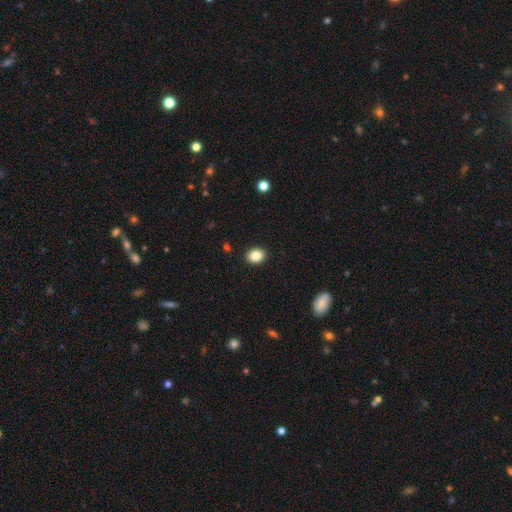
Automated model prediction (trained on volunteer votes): Morphology: type=smooth (85%); roundness=in between (52%); merging=none (91%).